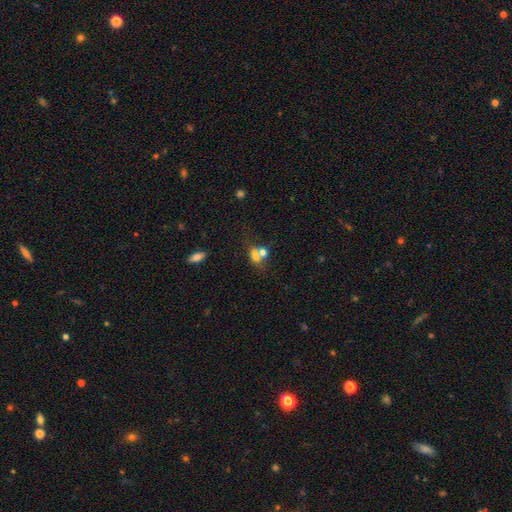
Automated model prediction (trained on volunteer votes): Q: Smooth or featured?
A: smooth (63%); runner-up: featured or disk (20%)
Q: How rounded?
A: in between (56%); runner-up: round (39%)
Q: Merging?
A: merger (52%); runner-up: none (33%)